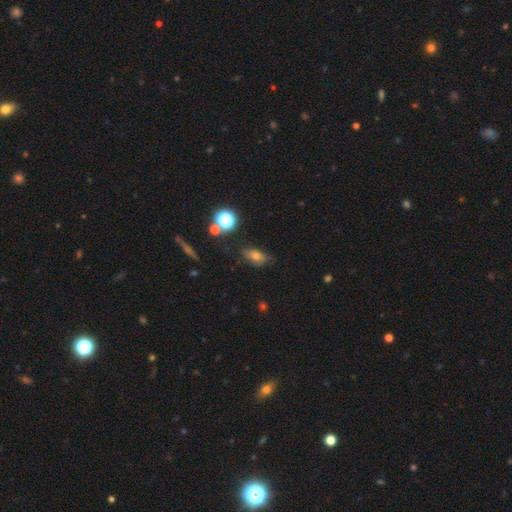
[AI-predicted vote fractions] smooth 62%, star or artifact 20%, featured or disk 18%. Down the decision tree: how rounded — in between (79%); merging — none (69%).